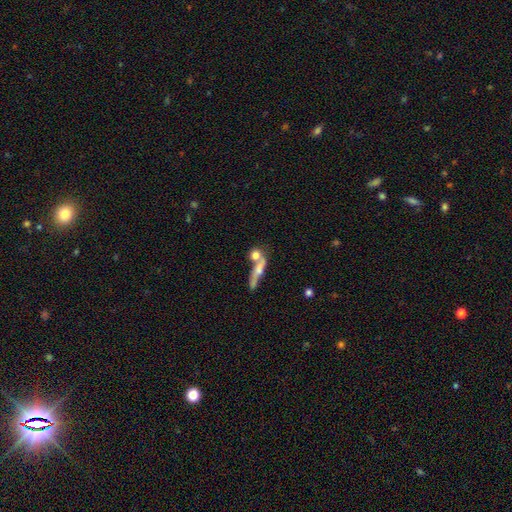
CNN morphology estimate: type=smooth (58%); roundness=round (48%); merging=none (40%).